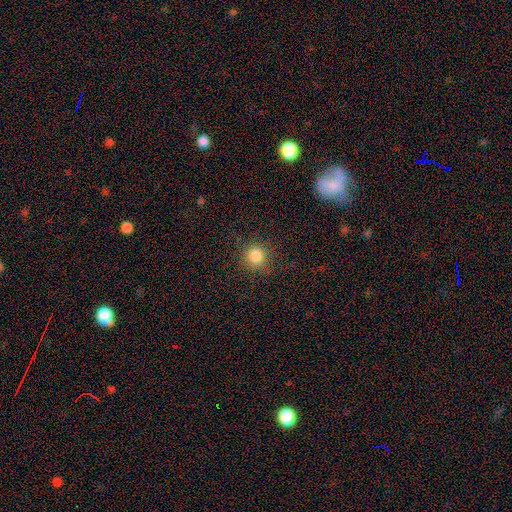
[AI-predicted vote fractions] This appears to be a smooth galaxy with no disk features (83%) that is round (93%). Merging: none (88%).